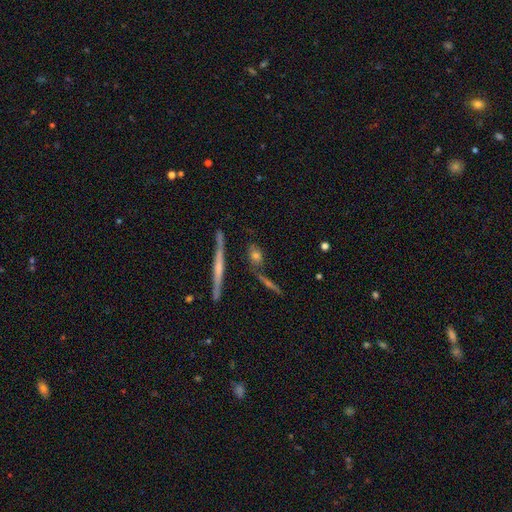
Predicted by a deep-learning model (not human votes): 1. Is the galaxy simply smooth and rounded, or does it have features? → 53% smooth, 34% featured or disk, 12% star or artifact.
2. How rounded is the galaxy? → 40% in between, 30% round, 30% cigar-shaped.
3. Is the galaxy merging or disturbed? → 67% none, 15% minor disturbance, 12% merger, 6% major disturbance.